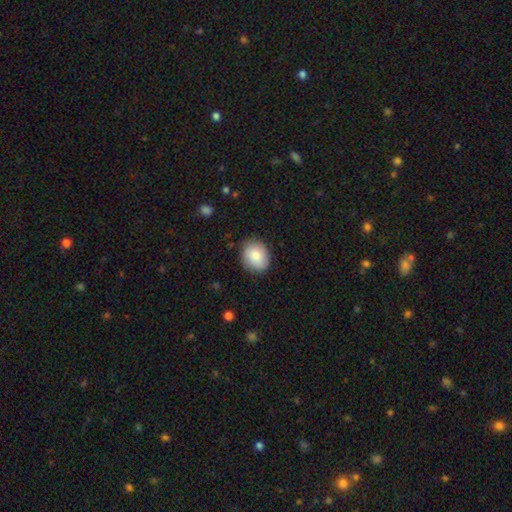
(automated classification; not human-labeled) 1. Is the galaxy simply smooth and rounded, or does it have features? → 81% smooth, 12% featured or disk, 7% star or artifact.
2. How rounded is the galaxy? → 60% round, 39% in between, 1% cigar-shaped.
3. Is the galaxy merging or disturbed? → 84% none, 13% minor disturbance, 3% major disturbance, 1% merger.